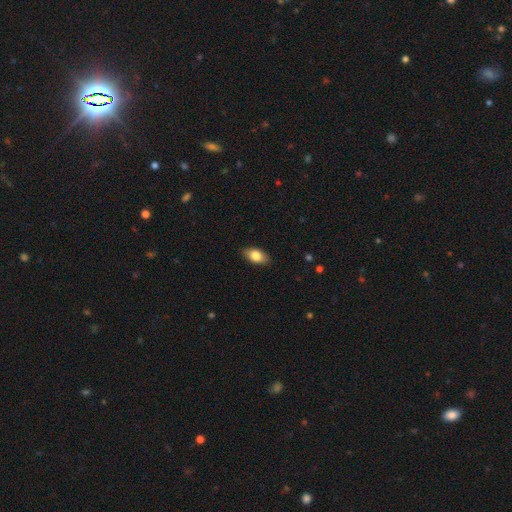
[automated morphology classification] A smooth galaxy with no disk features (83%) that is in between round and cigar-shaped (92%). Merging: none (88%).